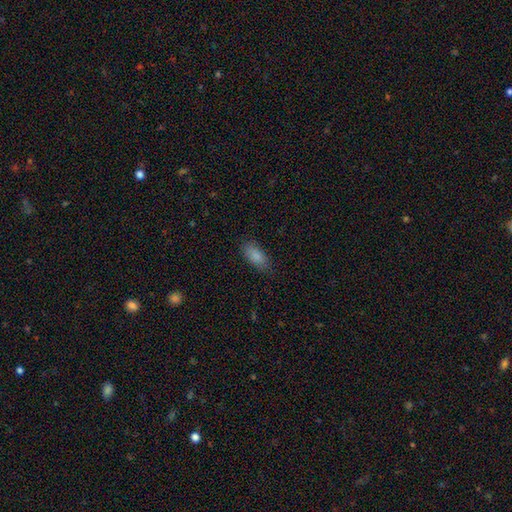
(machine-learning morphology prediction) A smooth galaxy with no disk features (87%) that is in between round and cigar-shaped (88%).

Vote fractions:
- Smooth or featured? smooth: 87% / star or artifact: 7% / featured or disk: 5%
- How rounded? in between: 88% / cigar-shaped: 10% / round: 2%
- Merging? none: 82% / minor disturbance: 14% / major disturbance: 3% / merger: 1%